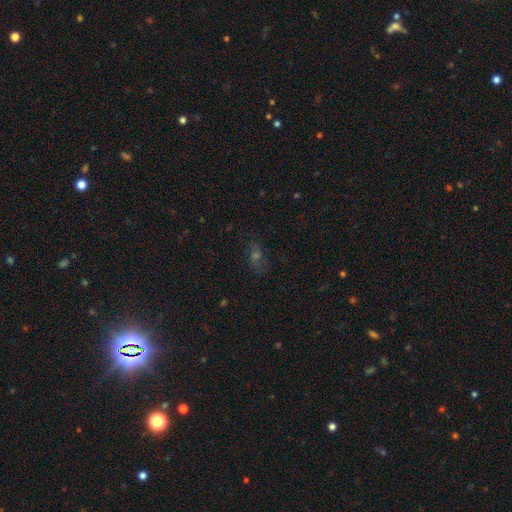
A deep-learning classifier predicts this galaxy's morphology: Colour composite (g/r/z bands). It shows a star or artifact, not a galaxy (37%).